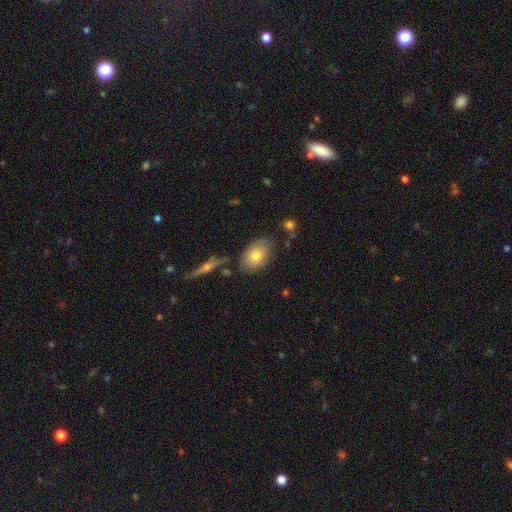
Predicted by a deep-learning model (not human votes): The model was most divided on "merging": none: 74%, minor disturbance: 16%, merger: 6%, major disturbance: 4%. More confident: how rounded — in between (85%); smooth or featured — smooth (77%).